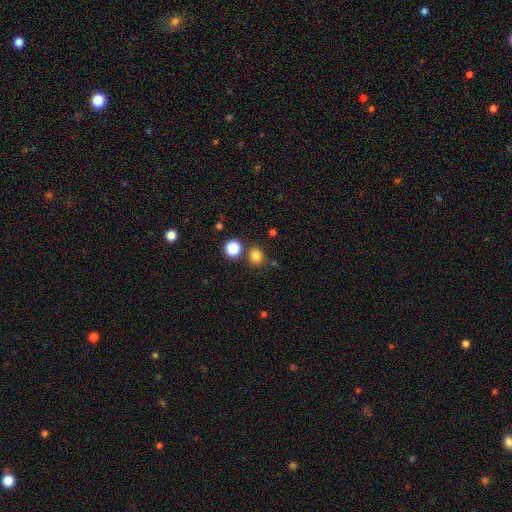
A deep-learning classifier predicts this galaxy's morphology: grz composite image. It shows a smooth galaxy with no disk features (80%) that is round (78%). Merging: none (79%).